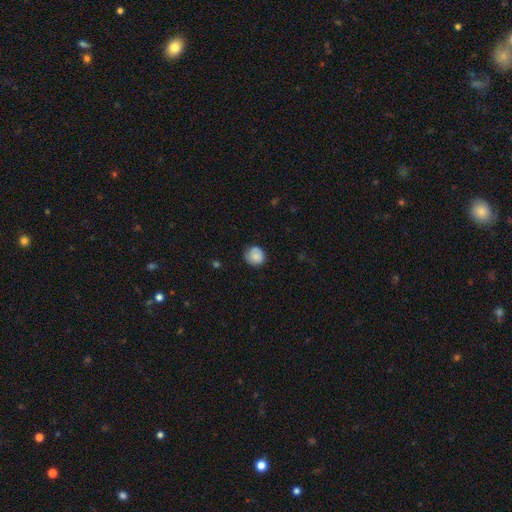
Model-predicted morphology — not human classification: Smooth or featured?
  - smooth: 81% *
  - featured or disk: 12%
  - star or artifact: 8%
How rounded?
  - round: 88% *
  - in between: 11%
  - cigar-shaped: 1%
Merging?
  - none: 73% *
  - minor disturbance: 21%
  - major disturbance: 4%
  - merger: 1%